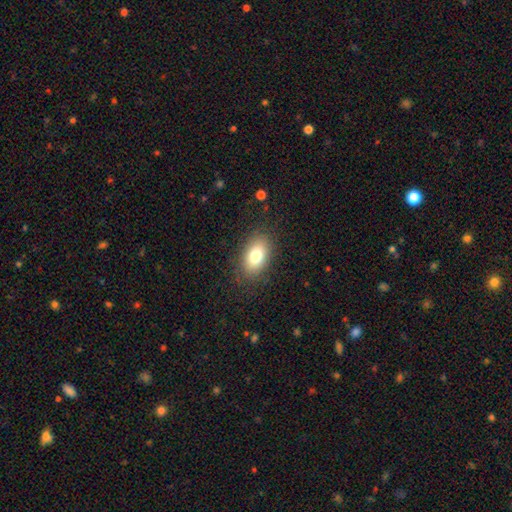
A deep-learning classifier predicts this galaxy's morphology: smooth-or-featured: smooth: 78% | featured or disk: 13% | star or artifact: 9%
  how-rounded: in between: 88% | round: 10% | cigar-shaped: 2%
  merging: none: 85% | minor disturbance: 10% | major disturbance: 4% | merger: 1%